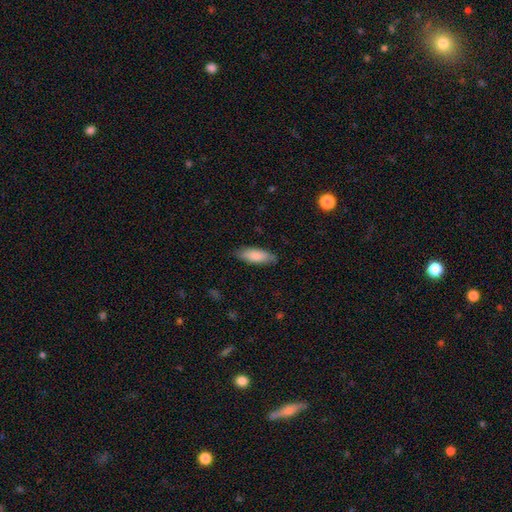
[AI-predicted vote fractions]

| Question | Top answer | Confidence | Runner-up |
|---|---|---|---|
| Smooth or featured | smooth | 85% | featured or disk (10%) |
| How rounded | in between | 67% | cigar-shaped (32%) |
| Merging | none | 83% | minor disturbance (13%) |